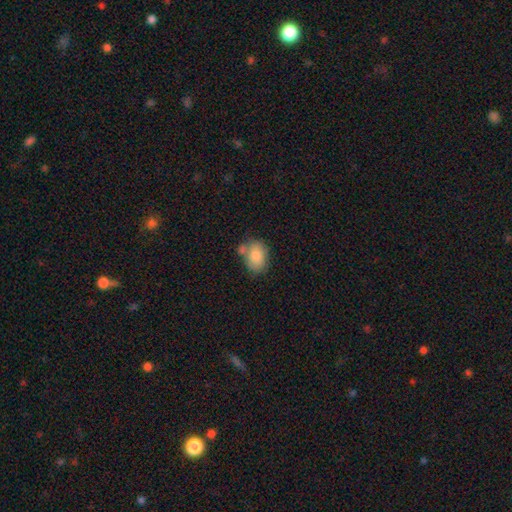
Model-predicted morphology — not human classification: Smooth or featured? smooth (83%)
How rounded? in between (72%)
Merging? none (52%)